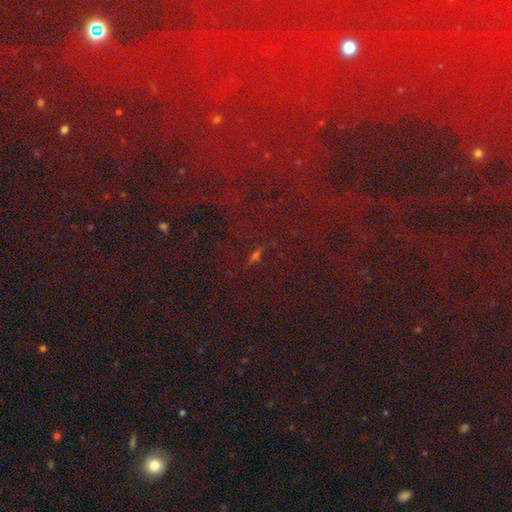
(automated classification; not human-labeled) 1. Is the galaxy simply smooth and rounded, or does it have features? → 65% star or artifact, 18% smooth, 17% featured or disk.